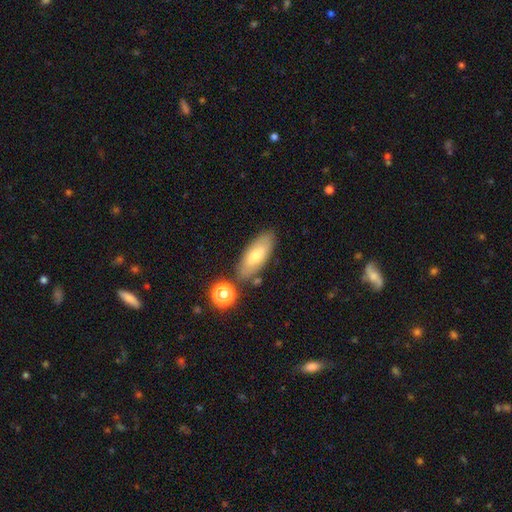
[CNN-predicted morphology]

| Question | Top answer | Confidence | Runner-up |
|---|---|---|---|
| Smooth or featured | smooth | 64% | featured or disk (27%) |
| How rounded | in between | 75% | cigar-shaped (22%) |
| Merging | none | 77% | minor disturbance (13%) |